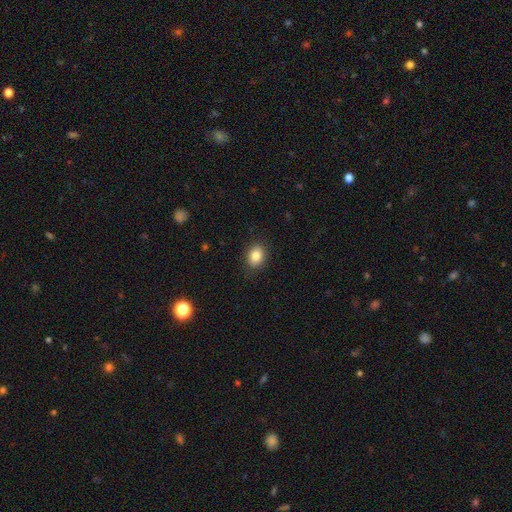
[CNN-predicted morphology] Smooth or featured? smooth (84%)
How rounded? in between (59%)
Merging? none (87%)